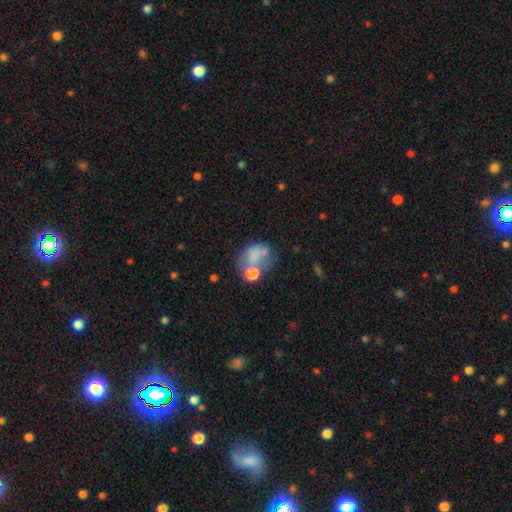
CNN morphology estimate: Smooth or featured: smooth — 60% (featured or disk — 25%)
How rounded: in between — 54% (round — 45%)
Merging: none — 32% (merger — 26%)